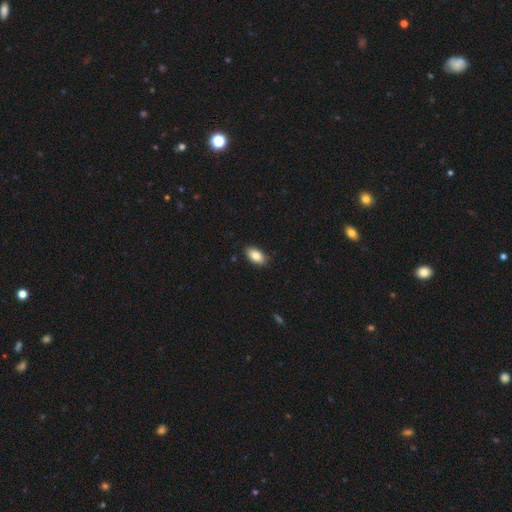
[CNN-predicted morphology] Smooth or featured: smooth — 84% (featured or disk — 9%)
How rounded: in between — 93% (round — 4%)
Merging: none — 88% (minor disturbance — 9%)